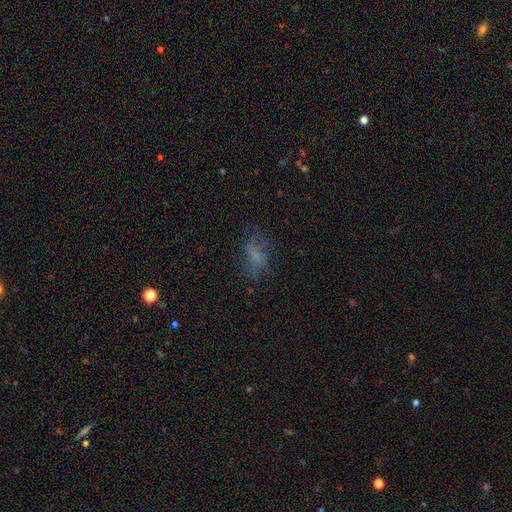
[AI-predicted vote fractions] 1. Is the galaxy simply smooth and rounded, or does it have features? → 49% smooth, 31% featured or disk, 20% star or artifact.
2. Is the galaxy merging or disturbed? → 51% none, 25% major disturbance, 21% minor disturbance, 2% merger.